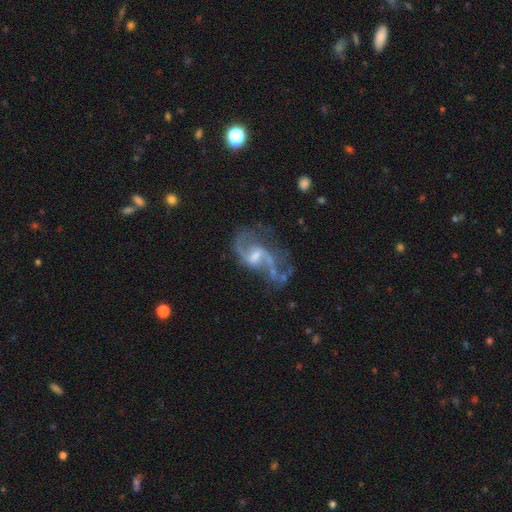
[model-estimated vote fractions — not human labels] Smooth or featured: featured or disk — 84% (star or artifact — 9%)
Edge-on disk: no — 97% (yes — 3%)
Bar: weak — 55% (no — 28%)
Spiral arms: yes — 90% (no — 10%)
Spiral winding: loose — 62% (medium — 32%)
Spiral arm count: 2 — 82% (can't tell — 7%)
Bulge size: small — 44% (moderate — 34%)
Merging: none — 45% (major disturbance — 26%)